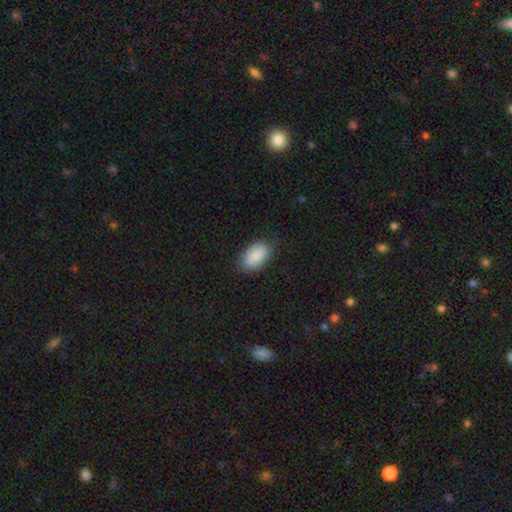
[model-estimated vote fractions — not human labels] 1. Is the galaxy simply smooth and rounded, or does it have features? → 88% smooth, 6% star or artifact, 6% featured or disk.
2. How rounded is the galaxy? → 93% in between, 5% round, 2% cigar-shaped.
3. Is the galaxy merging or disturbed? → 75% none, 19% minor disturbance, 5% major disturbance, 1% merger.